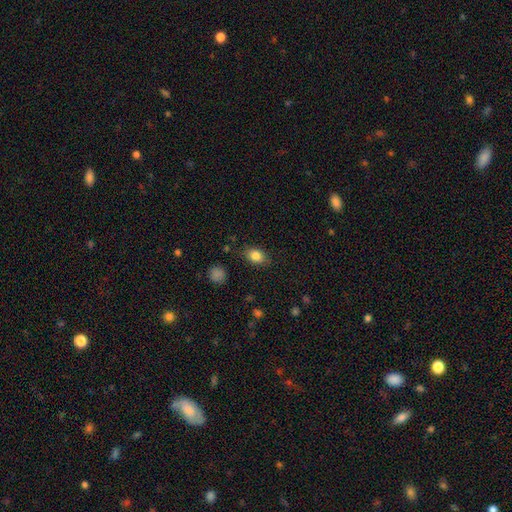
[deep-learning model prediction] Morphology: type=smooth (83%); roundness=in between (76%); merging=none (83%).